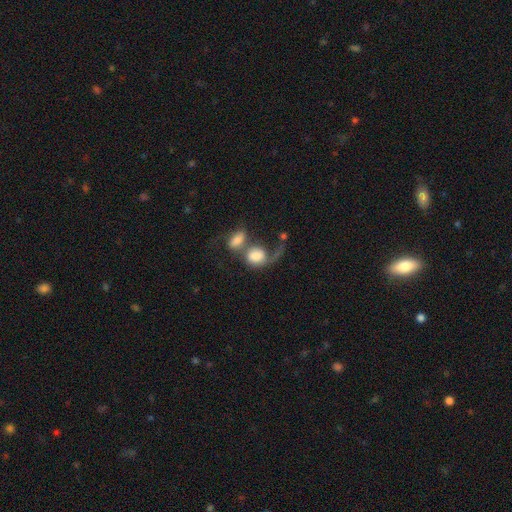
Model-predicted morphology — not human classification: A smooth galaxy with no disk features (64%) that is in between round and cigar-shaped (56%).

Vote fractions:
- Smooth or featured? smooth: 64% / featured or disk: 28% / star or artifact: 9%
- How rounded? in between: 56% / round: 41% / cigar-shaped: 2%
- Merging? merger: 60% / major disturbance: 19% / none: 14% / minor disturbance: 7%